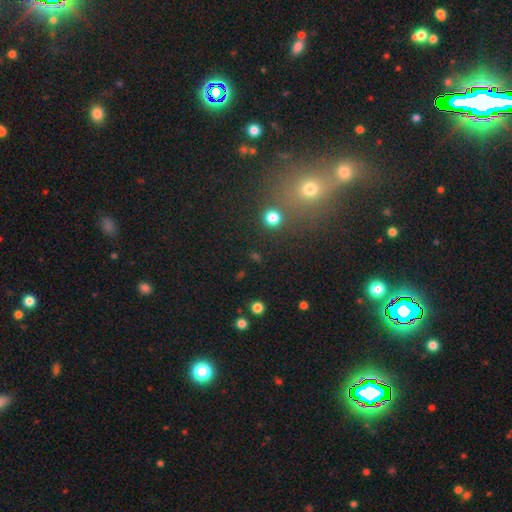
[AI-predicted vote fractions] Smooth or featured?
  - smooth: 51% *
  - star or artifact: 41%
  - featured or disk: 8%
How rounded?
  - round: 84% *
  - in between: 14%
  - cigar-shaped: 2%
Merging?
  - none: 81% *
  - merger: 8%
  - minor disturbance: 7%
  - major disturbance: 4%